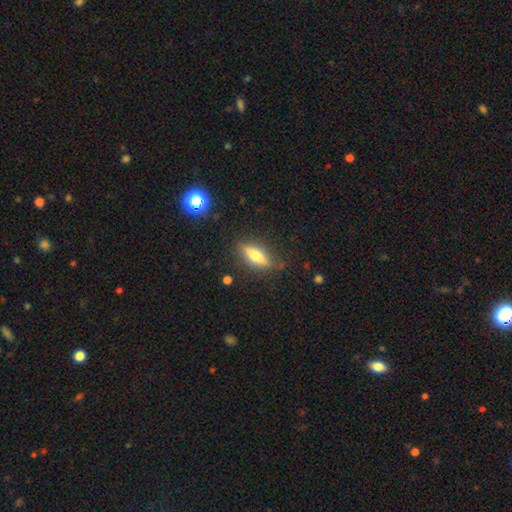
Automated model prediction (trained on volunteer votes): smooth 48%, featured or disk 44%, star or artifact 8%. Down the decision tree: merging — none (84%).